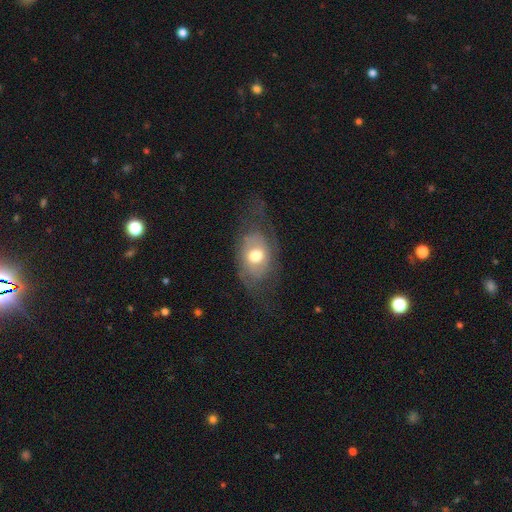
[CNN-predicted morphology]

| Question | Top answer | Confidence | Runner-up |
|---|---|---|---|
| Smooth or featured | smooth | 49% | featured or disk (43%) |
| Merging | none | 47% | major disturbance (27%) |